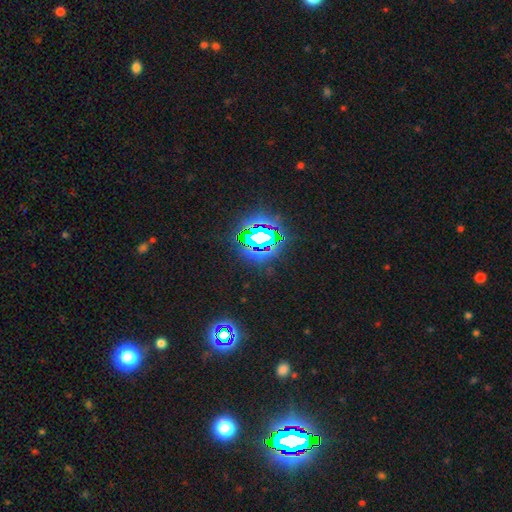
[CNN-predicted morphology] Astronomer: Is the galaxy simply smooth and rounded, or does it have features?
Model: star or artifact — 82%.